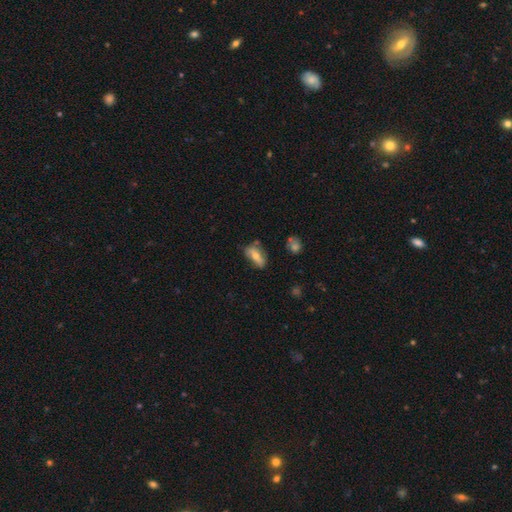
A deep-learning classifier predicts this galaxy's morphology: smooth 56%, featured or disk 35%, star or artifact 9%. Down the decision tree: how rounded — in between (78%); merging — none (58%).